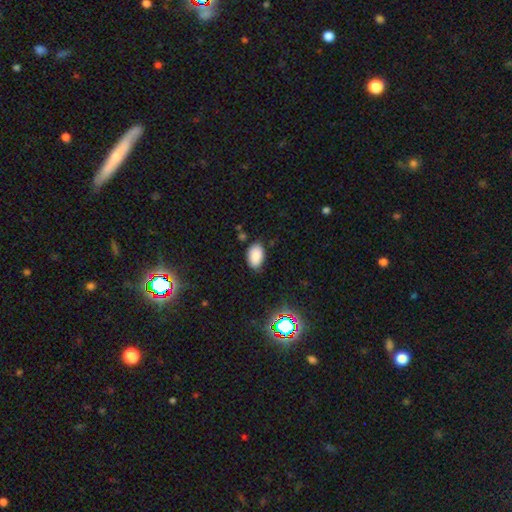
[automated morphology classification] Smooth or featured? smooth (86%)
How rounded? in between (91%)
Merging? none (79%)